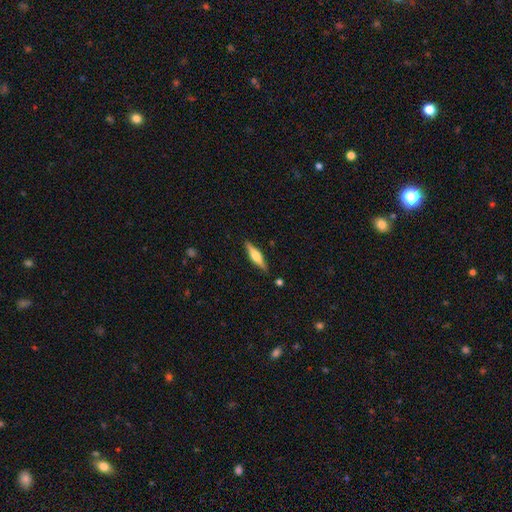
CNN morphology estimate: Smooth or featured? featured or disk (56%)
Edge-on disk? yes (96%)
Edge-on bulge? rounded (84%)
Merging? none (88%)